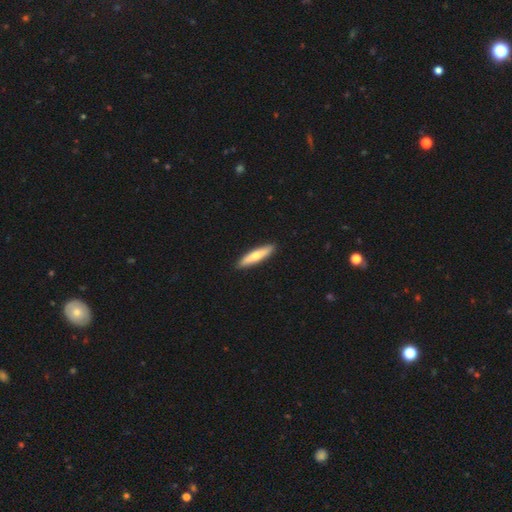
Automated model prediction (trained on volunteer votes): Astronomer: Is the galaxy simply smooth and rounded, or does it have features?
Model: smooth — 63%.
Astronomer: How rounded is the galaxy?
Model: cigar-shaped — 84%.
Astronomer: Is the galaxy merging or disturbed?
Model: none — 92%.